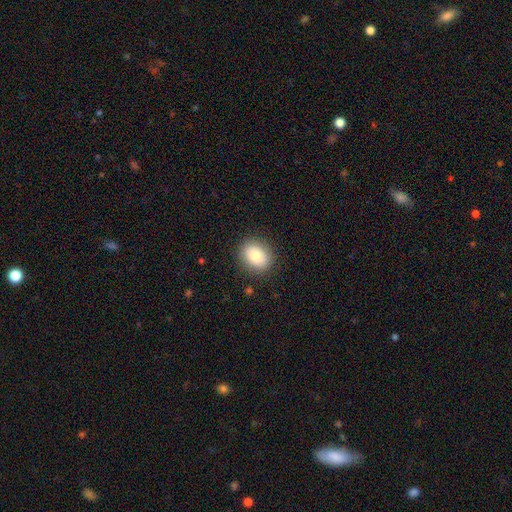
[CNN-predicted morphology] type=smooth (81%); roundness=round (54%); merging=none (87%).